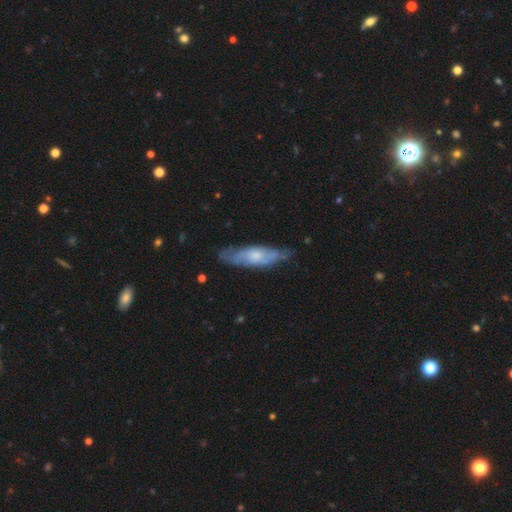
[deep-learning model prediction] The model was most divided on "edge-on disk": no: 55%, yes: 45%. More confident: merging — none (74%); smooth or featured — featured or disk (55%).